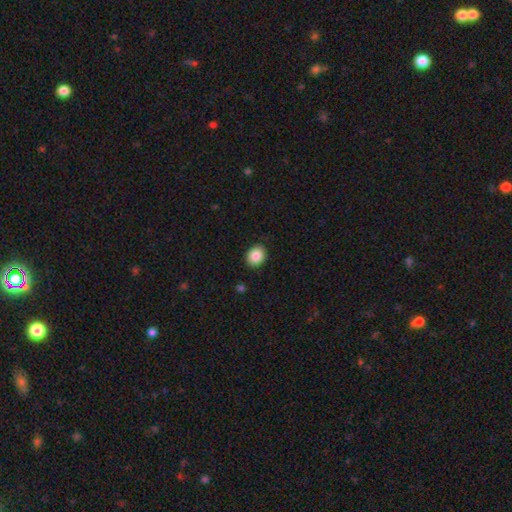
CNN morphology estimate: A smooth galaxy with no disk features (87%) that is round (55%). Merging: none (88%).